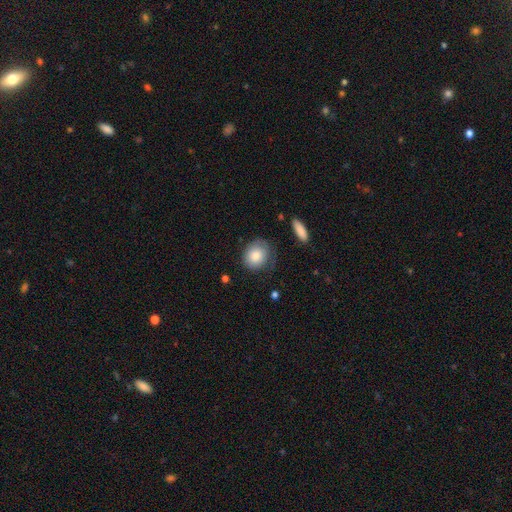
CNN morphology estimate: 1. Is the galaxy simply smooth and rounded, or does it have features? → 83% smooth, 11% featured or disk, 7% star or artifact.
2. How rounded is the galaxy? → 67% round, 31% in between, 1% cigar-shaped.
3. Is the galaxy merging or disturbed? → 68% none, 22% minor disturbance, 8% major disturbance, 2% merger.